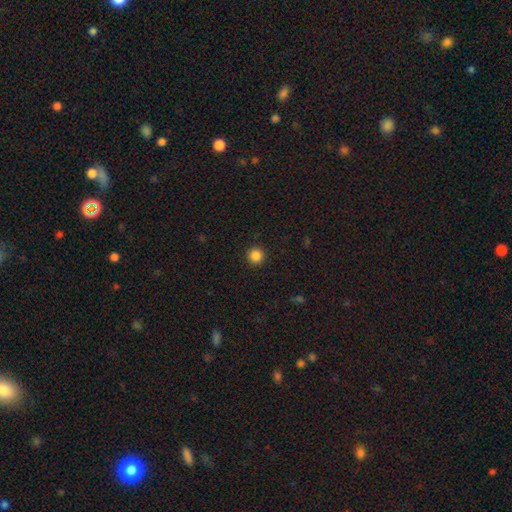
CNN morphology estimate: This is clearly a smooth galaxy (86%). How rounded: clearly round (95%). Merging: clearly none (93%).